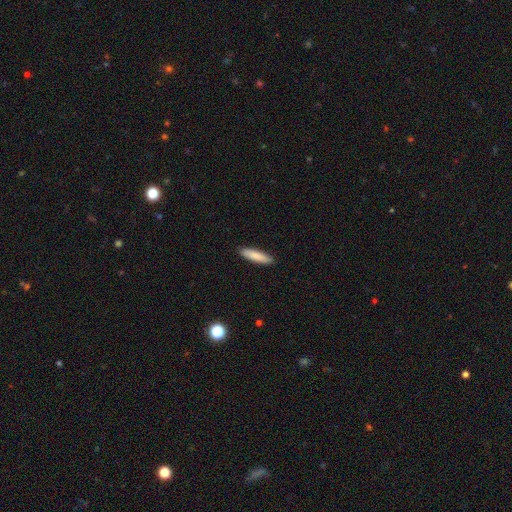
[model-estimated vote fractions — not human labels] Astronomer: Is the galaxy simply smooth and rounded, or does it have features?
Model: smooth — 85%.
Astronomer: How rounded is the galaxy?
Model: cigar-shaped — 77%.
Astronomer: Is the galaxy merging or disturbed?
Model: none — 90%.